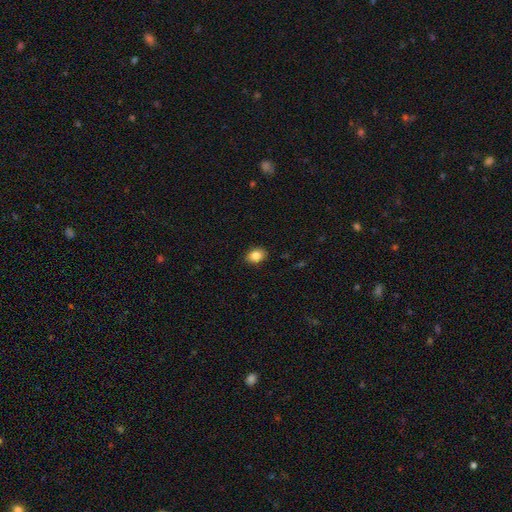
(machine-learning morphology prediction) smooth 85%, star or artifact 9%, featured or disk 6%. Down the decision tree: how rounded — in between (69%); merging — none (87%).